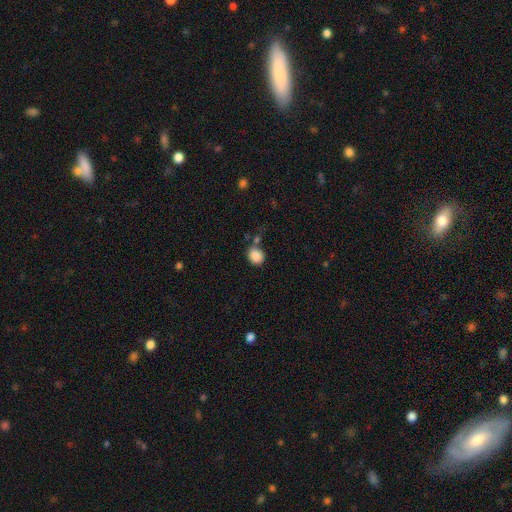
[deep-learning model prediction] A smooth galaxy with no disk features (87%) that is round (61%).

Vote fractions:
- Smooth or featured? smooth: 87% / star or artifact: 9% / featured or disk: 4%
- How rounded? round: 61% / in between: 38% / cigar-shaped: 1%
- Merging? none: 68% / minor disturbance: 15% / merger: 12% / major disturbance: 5%